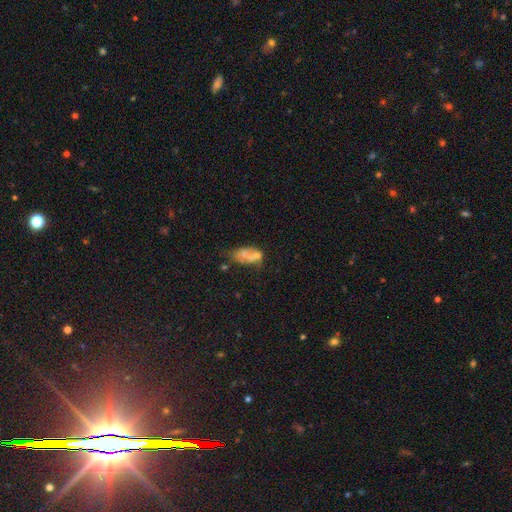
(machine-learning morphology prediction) smooth-or-featured: smooth: 45% | featured or disk: 35% | star or artifact: 20%
  merging: none: 34% | merger: 32% | minor disturbance: 18% | major disturbance: 17%